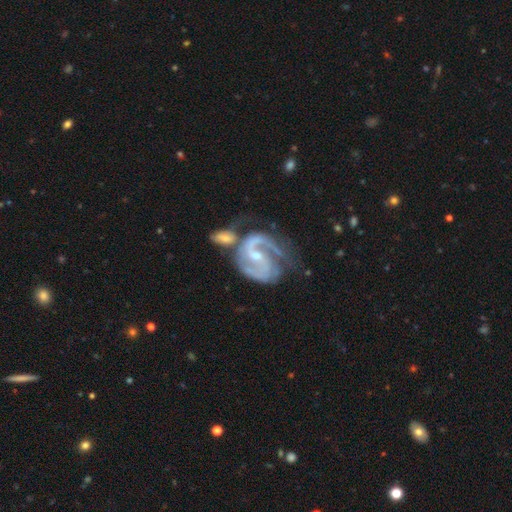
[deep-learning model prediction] A featured or disk galaxy (91%) with a weak bar (42%), 2 (76%) medium (52%) spiral arms (97%) and a small central bulge (62%).

Vote fractions:
- Smooth or featured? featured or disk: 91% / star or artifact: 5% / smooth: 4%
- Edge-on disk? no: 98% / yes: 2%
- Bar? weak: 42% / no: 32% / strong: 26%
- Spiral arms? yes: 97% / no: 3%
- Spiral winding? medium: 52% / tight: 32% / loose: 16%
- Spiral arm count? 2: 76% / 3: 8% / can't tell: 6% / 1: 5% / 4: 2% / more than 4: 2%
- Bulge size? small: 62% / moderate: 35% / none: 1% / large: 1% / dominant: 1%
- Merging? merger: 35% / none: 31% / minor disturbance: 18% / major disturbance: 17%